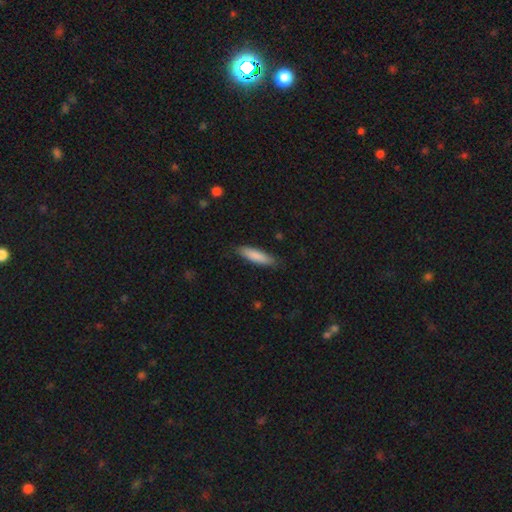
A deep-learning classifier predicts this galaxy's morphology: type=smooth (85%); roundness=cigar-shaped (69%); merging=none (84%).